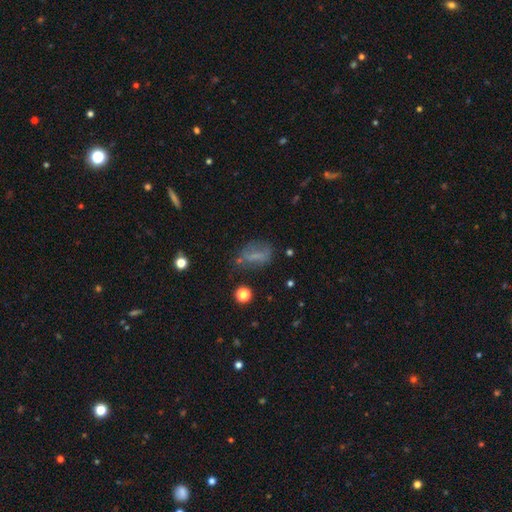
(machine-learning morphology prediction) A smooth galaxy with no disk features (53%) that is in between round and cigar-shaped (72%). Merging: none (51%).